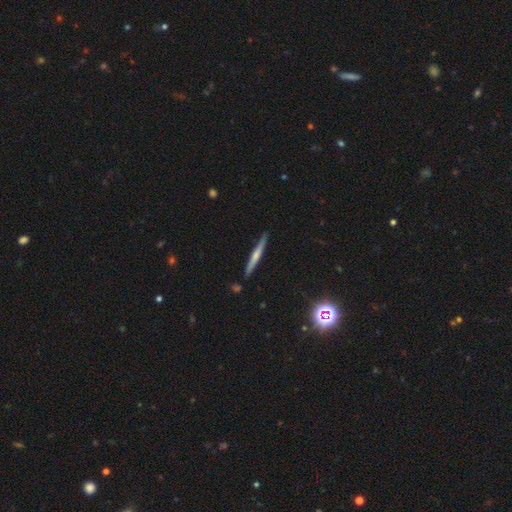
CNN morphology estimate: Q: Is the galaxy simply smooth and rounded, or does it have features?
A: featured or disk — 51%.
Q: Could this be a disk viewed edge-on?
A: yes — 97%.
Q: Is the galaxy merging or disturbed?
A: none — 88%.